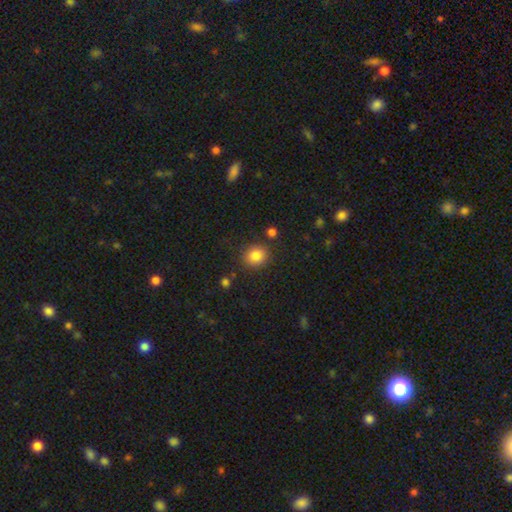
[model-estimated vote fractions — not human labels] This appears to be a smooth galaxy with no disk features (84%) that is round (75%). Merging: none (84%).